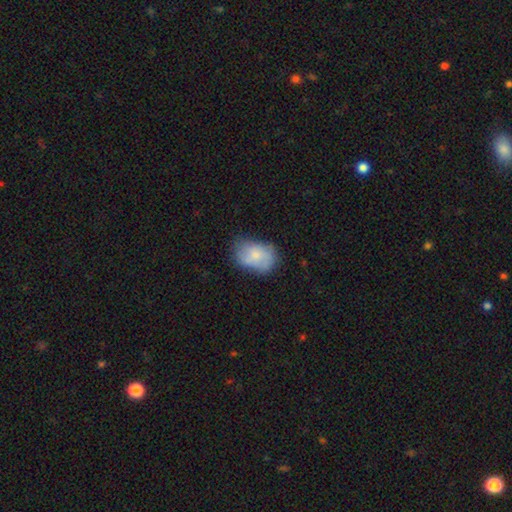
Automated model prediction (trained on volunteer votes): Smooth or featured: smooth — 67% (featured or disk — 26%)
How rounded: in between — 79% (round — 20%)
Merging: none — 52% (minor disturbance — 33%)